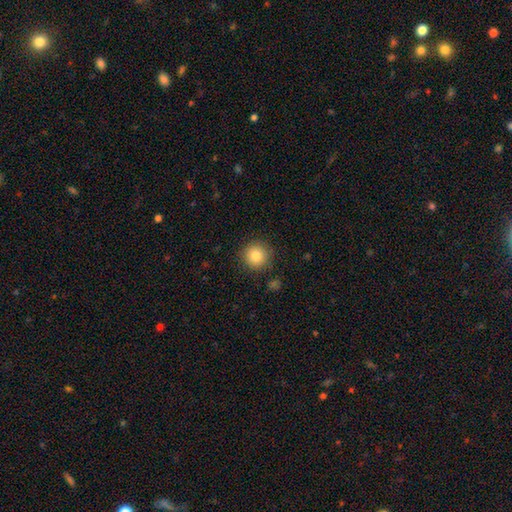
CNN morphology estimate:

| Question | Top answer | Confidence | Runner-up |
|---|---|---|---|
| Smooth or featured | smooth | 84% | star or artifact (9%) |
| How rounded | round | 95% | in between (4%) |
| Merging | none | 88% | minor disturbance (8%) |